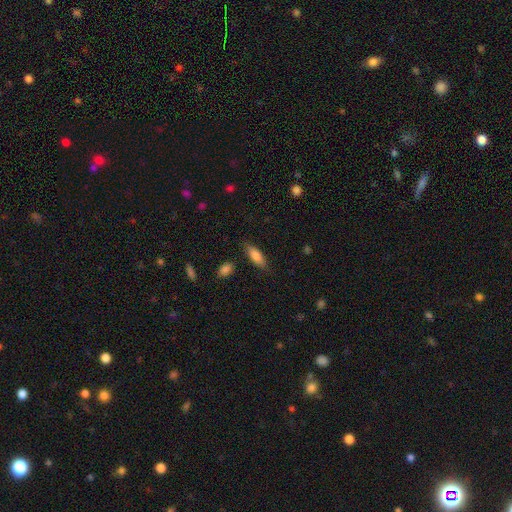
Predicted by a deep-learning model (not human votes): smooth_or_featured: smooth (p=0.81) [alt: featured or disk p=0.12]
how_rounded: in between (p=0.64) [alt: cigar-shaped p=0.34]
merging: none (p=0.81) [alt: minor disturbance p=0.14]